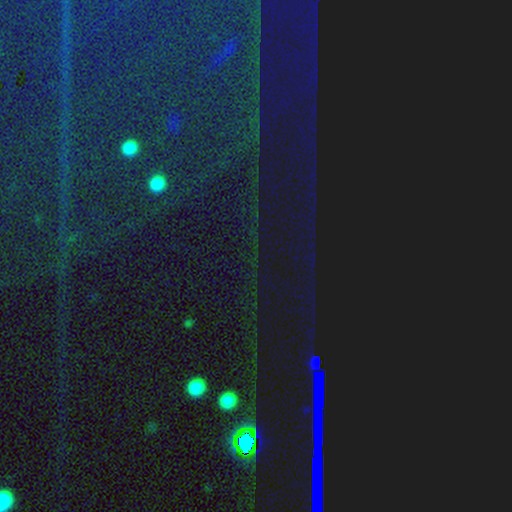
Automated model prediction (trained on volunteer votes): A star or artifact, not a galaxy (85%).

Vote fractions:
- Smooth or featured? star or artifact: 85% / featured or disk: 8% / smooth: 7%